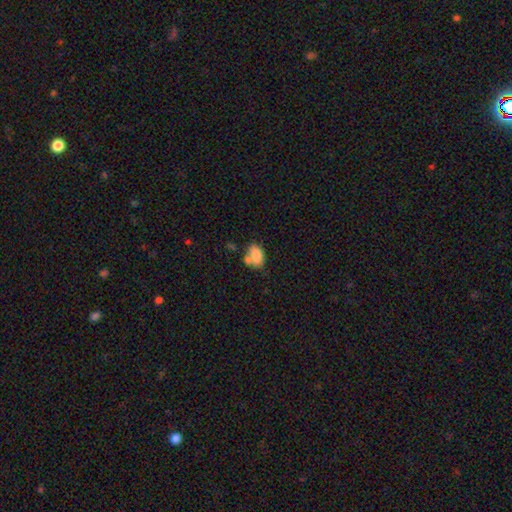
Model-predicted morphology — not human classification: Smooth or featured? Predicted: smooth (p=0.81). How rounded? Predicted: in between (p=0.85). Merging? Predicted: none (p=0.47).